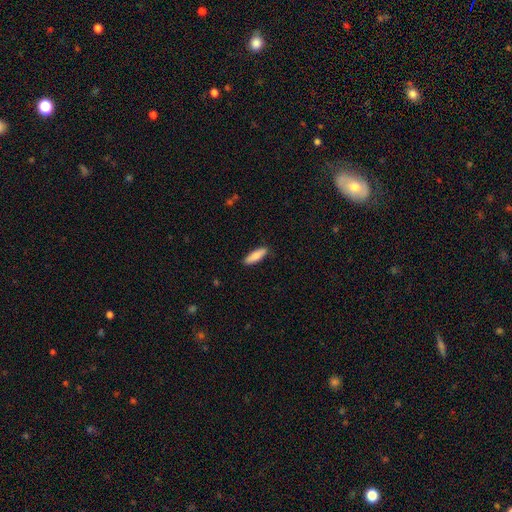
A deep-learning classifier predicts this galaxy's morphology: Smooth or featured?
  - smooth: 84% *
  - featured or disk: 11%
  - star or artifact: 6%
How rounded?
  - cigar-shaped: 50% *
  - in between: 49%
  - round: 2%
Merging?
  - none: 88% *
  - minor disturbance: 9%
  - major disturbance: 2%
  - merger: 1%